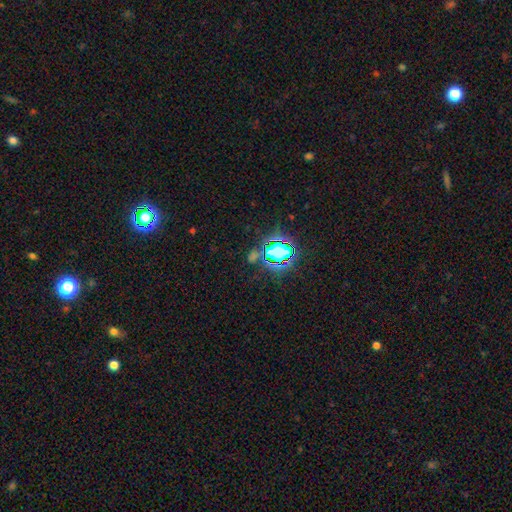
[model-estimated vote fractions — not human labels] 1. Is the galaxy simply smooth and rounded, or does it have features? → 72% star or artifact, 19% smooth, 9% featured or disk.